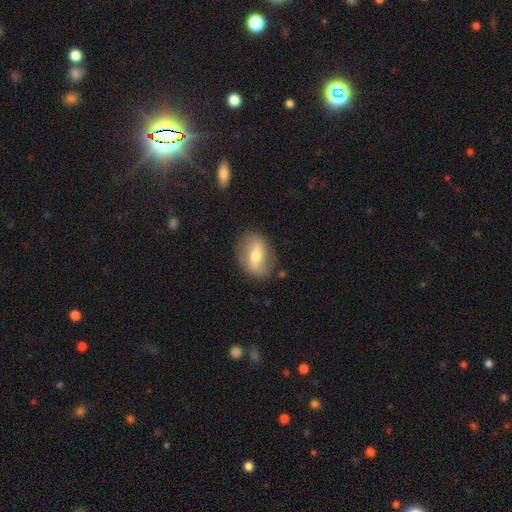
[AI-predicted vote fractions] Smooth or featured: smooth — 47% (featured or disk — 46%)
Merging: none — 81% (minor disturbance — 13%)